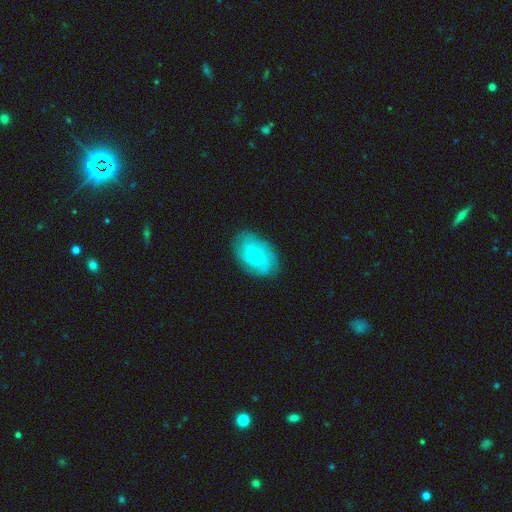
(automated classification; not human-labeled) The model was most divided on "spiral arm count": can't tell: 42%, 3: 17%, 2: 16%, 4: 13%, more than 4: 6%, 1: 6%. More confident: edge-on disk — no (97%); spiral arms — yes (90%); merging — none (81%); bulge size — small (79%); bar — no (72%); smooth or featured — featured or disk (63%); spiral winding — tight (61%).